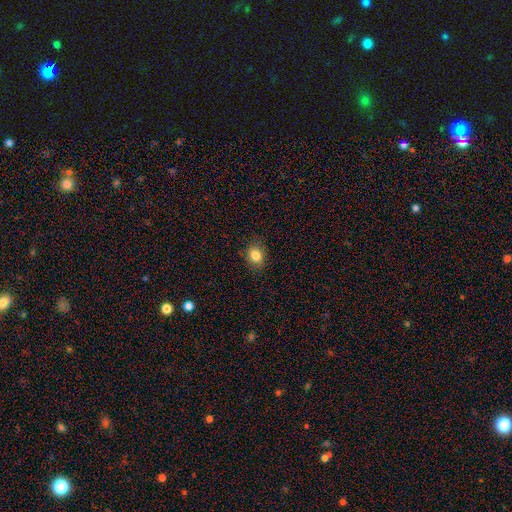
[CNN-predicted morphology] Q: Smooth or featured?
A: smooth (83%); runner-up: star or artifact (11%)
Q: How rounded?
A: round (55%); runner-up: in between (44%)
Q: Merging?
A: none (83%); runner-up: minor disturbance (13%)